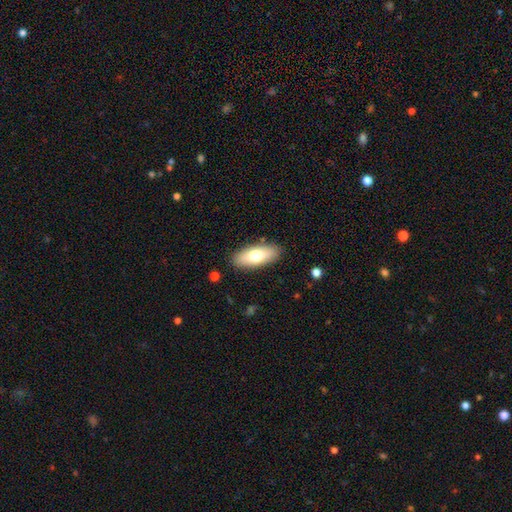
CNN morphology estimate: smooth 71%, featured or disk 22%, star or artifact 6%. Down the decision tree: how rounded — in between (79%); merging — none (88%).